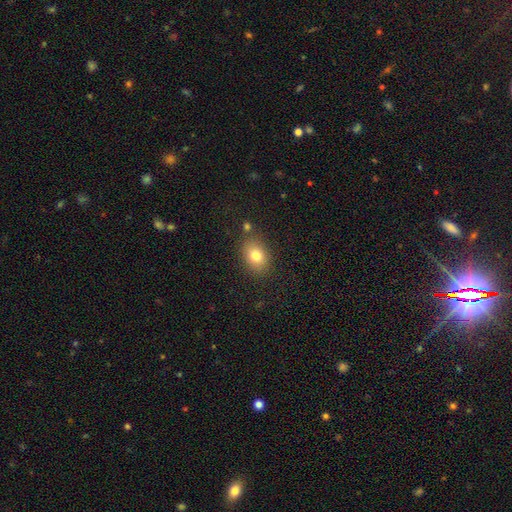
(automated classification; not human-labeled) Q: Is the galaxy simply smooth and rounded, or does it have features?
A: smooth — 79%.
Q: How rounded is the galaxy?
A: in between — 70%.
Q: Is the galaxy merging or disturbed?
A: none — 80%.